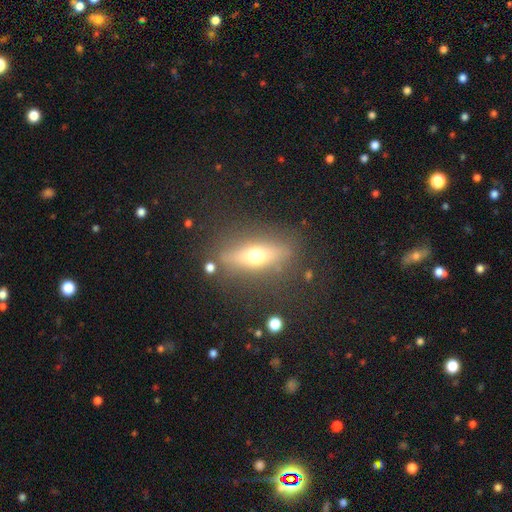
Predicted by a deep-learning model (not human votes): Q: Smooth or featured?
A: featured or disk (45%); runner-up: smooth (44%)
Q: Merging?
A: none (81%); runner-up: minor disturbance (11%)